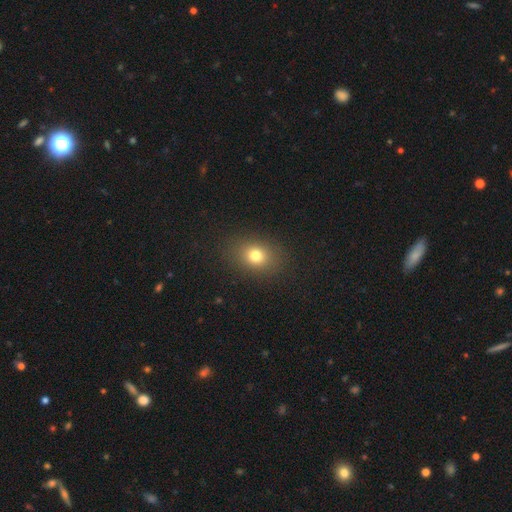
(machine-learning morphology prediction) A smooth galaxy with no disk features (76%) that is in between round and cigar-shaped (53%).

Vote fractions:
- Smooth or featured? smooth: 76% / star or artifact: 14% / featured or disk: 9%
- How rounded? in between: 53% / round: 46% / cigar-shaped: 1%
- Merging? none: 87% / minor disturbance: 8% / major disturbance: 4% / merger: 1%